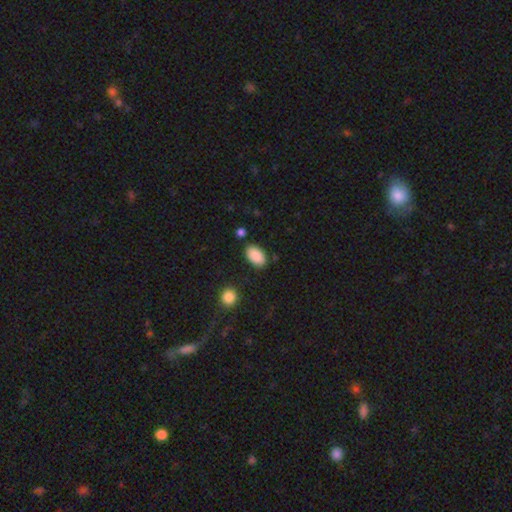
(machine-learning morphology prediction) This is clearly a smooth galaxy (90%). How rounded: clearly in between (94%). Merging: clearly none (84%).